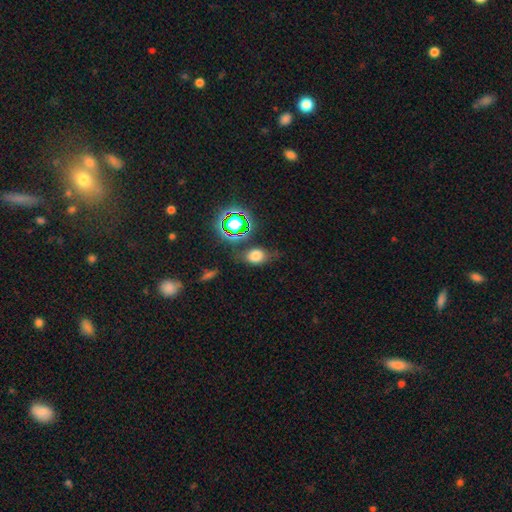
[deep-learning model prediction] The model was most divided on "how rounded": in between: 66%, round: 31%, cigar-shaped: 3%. More confident: smooth or featured — smooth (64%); merging — none (64%).